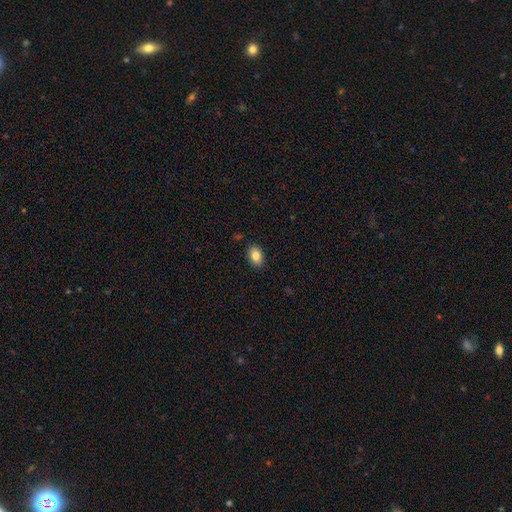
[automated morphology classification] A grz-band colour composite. It shows a smooth galaxy with no disk features (84%) that is in between round and cigar-shaped (81%). Merging: none (88%).